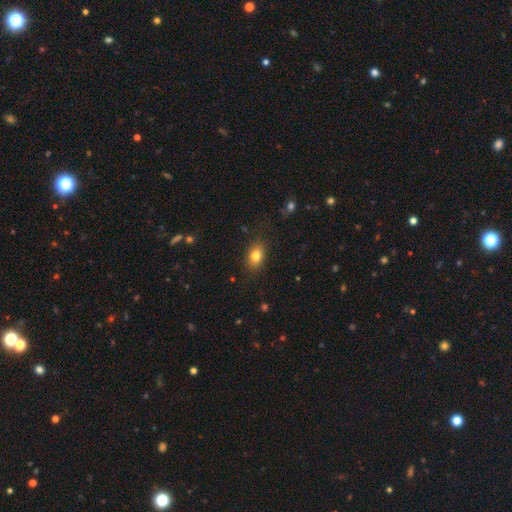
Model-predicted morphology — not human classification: This appears to be a smooth galaxy with no disk features (81%) that is in between round and cigar-shaped (74%). Merging: none (83%).